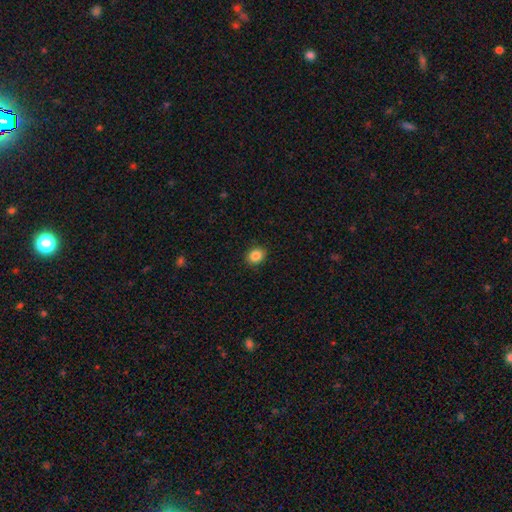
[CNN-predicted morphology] smooth-or-featured: smooth: 86% | star or artifact: 9% | featured or disk: 4%
  how-rounded: round: 56% | in between: 43% | cigar-shaped: 1%
  merging: none: 90% | minor disturbance: 7% | major disturbance: 2% | merger: 1%